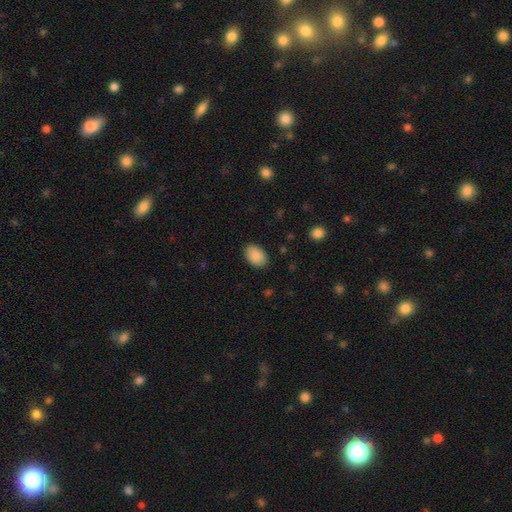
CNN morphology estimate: Q: Smooth or featured?
A: smooth (90%); runner-up: star or artifact (7%)
Q: How rounded?
A: in between (85%); runner-up: round (14%)
Q: Merging?
A: none (86%); runner-up: minor disturbance (10%)